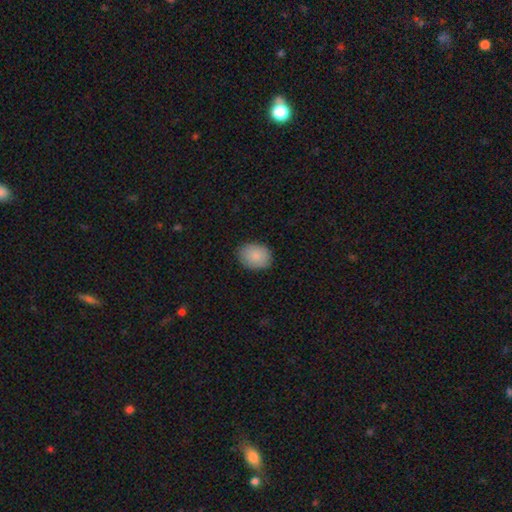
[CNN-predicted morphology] Q: Smooth or featured?
A: smooth (87%); runner-up: star or artifact (7%)
Q: How rounded?
A: in between (68%); runner-up: round (31%)
Q: Merging?
A: none (86%); runner-up: minor disturbance (11%)